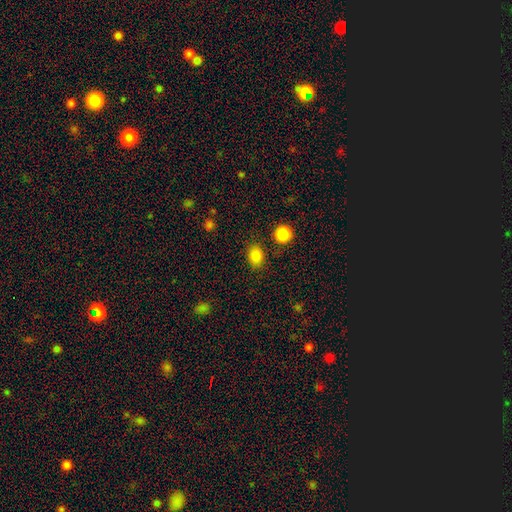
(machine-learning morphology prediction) smooth_or_featured: smooth (p=0.85) [alt: star or artifact p=0.11]
how_rounded: in between (p=0.59) [alt: round p=0.40]
merging: none (p=0.84) [alt: minor disturbance p=0.09]